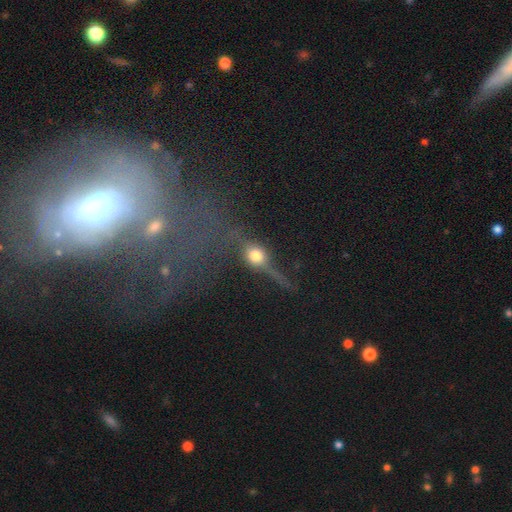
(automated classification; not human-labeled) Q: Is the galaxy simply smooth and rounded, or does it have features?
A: smooth — 46%.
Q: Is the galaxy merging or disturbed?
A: none — 49%.